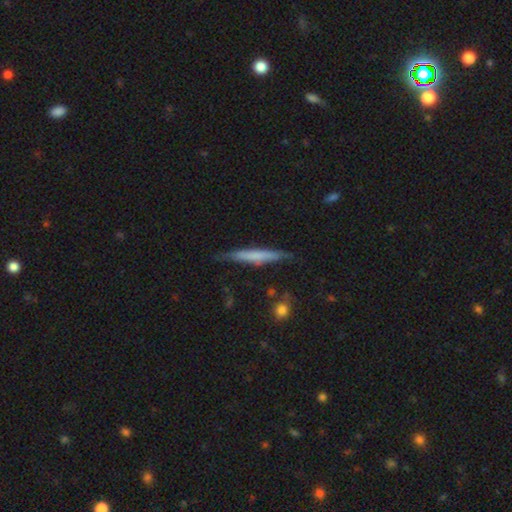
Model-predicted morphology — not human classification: smooth-or-featured: smooth: 55% | featured or disk: 39% | star or artifact: 6%
  how-rounded: cigar-shaped: 93% | in between: 5% | round: 2%
  merging: none: 78% | minor disturbance: 17% | major disturbance: 3% | merger: 2%